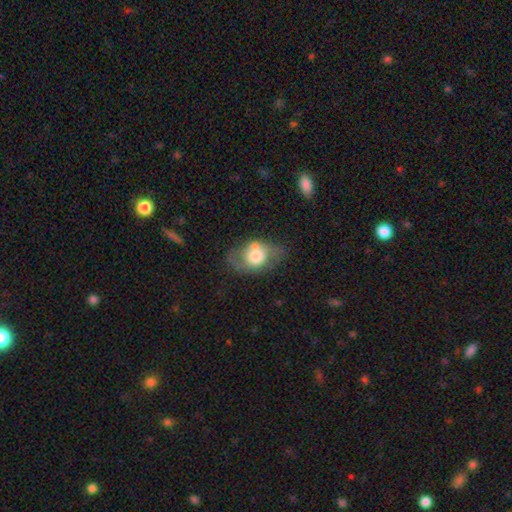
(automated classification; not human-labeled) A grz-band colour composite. It shows a smooth galaxy with no disk features (53%) that is in between round and cigar-shaped (65%). Merging: none (47%).